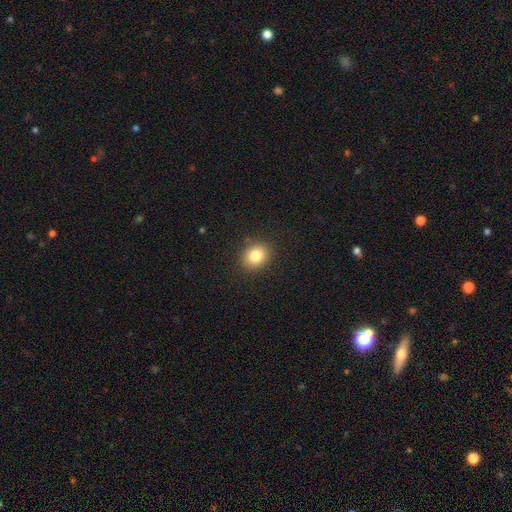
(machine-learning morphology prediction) Q: Smooth or featured?
A: smooth (82%); runner-up: star or artifact (11%)
Q: How rounded?
A: round (67%); runner-up: in between (32%)
Q: Merging?
A: none (88%); runner-up: minor disturbance (8%)